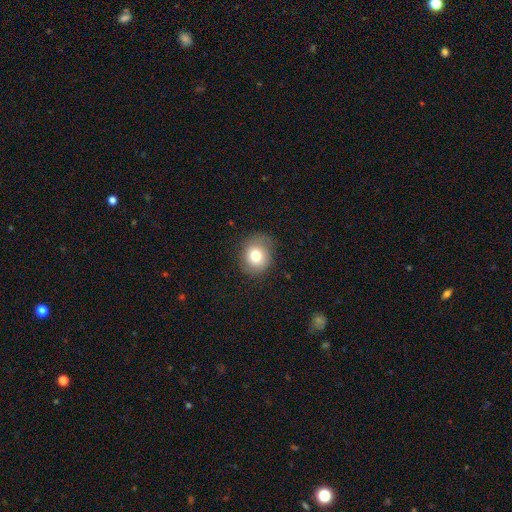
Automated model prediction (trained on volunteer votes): Overall: smooth (77%). How rounded: round (73%). Merging: none (78%).